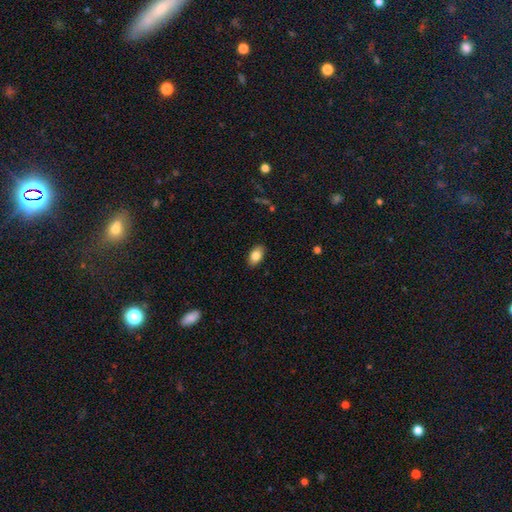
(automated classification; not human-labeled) smooth_or_featured: smooth (p=0.83) [alt: featured or disk p=0.10]
how_rounded: in between (p=0.92) [alt: round p=0.06]
merging: none (p=0.88) [alt: minor disturbance p=0.09]